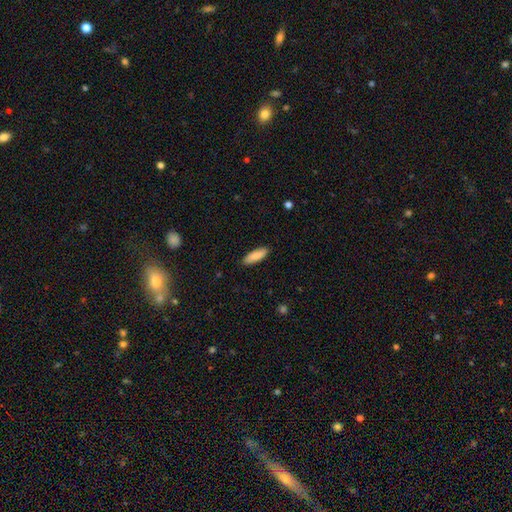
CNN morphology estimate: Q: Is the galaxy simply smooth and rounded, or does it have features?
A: smooth — 85%.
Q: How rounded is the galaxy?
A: in between — 57%.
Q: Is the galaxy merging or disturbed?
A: none — 87%.